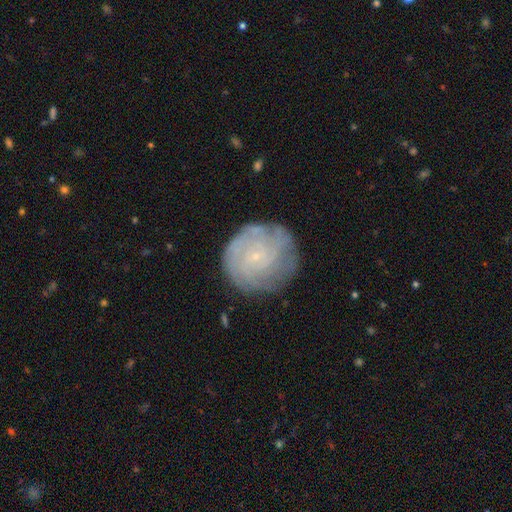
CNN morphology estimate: Smooth or featured?
  - featured or disk: 62% *
  - smooth: 28%
  - star or artifact: 9%
Edge-on disk?
  - no: 97% *
  - yes: 3%
Bar?
  - no: 78% *
  - weak: 19%
  - strong: 3%
Spiral arms?
  - yes: 85% *
  - no: 15%
Spiral winding?
  - tight: 70% *
  - medium: 23%
  - loose: 7%
Spiral arm count?
  - can't tell: 48% *
  - 4: 14%
  - 3: 13%
  - 2: 12%
  - more than 4: 8%
  - 1: 6%
Bulge size?
  - small: 86% *
  - moderate: 6%
  - none: 6%
  - large: 1%
  - dominant: 1%
Merging?
  - none: 78% *
  - minor disturbance: 15%
  - major disturbance: 6%
  - merger: 1%